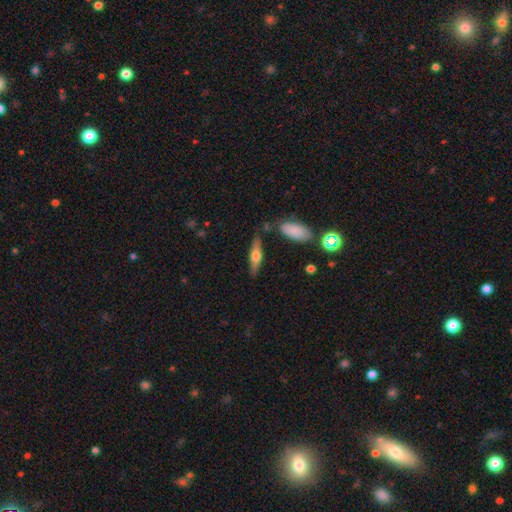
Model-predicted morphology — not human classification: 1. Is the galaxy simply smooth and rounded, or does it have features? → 52% featured or disk, 41% smooth, 7% star or artifact.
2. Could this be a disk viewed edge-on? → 92% yes, 8% no.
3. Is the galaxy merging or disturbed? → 80% none, 12% minor disturbance, 5% merger, 3% major disturbance.